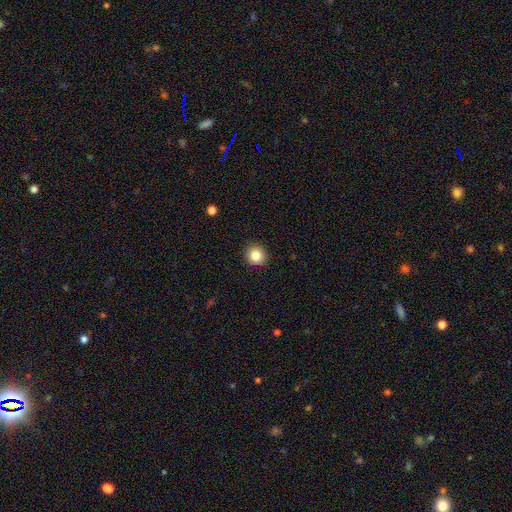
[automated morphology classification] Overall: smooth (85%). How rounded: round (91%). Merging: none (91%).